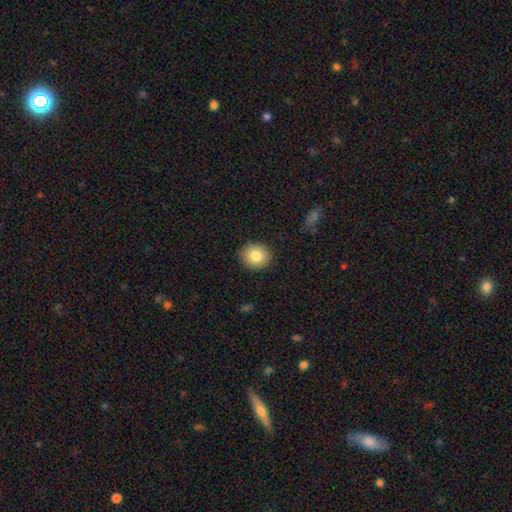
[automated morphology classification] smooth-or-featured: smooth: 82% | featured or disk: 9% | star or artifact: 9%
  how-rounded: round: 79% | in between: 20% | cigar-shaped: 1%
  merging: none: 90% | minor disturbance: 7% | major disturbance: 2% | merger: 1%